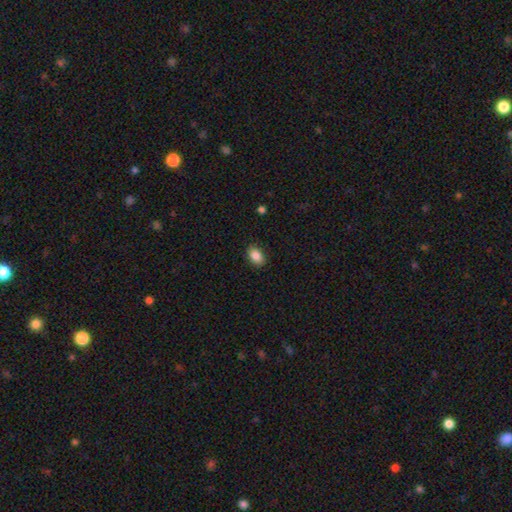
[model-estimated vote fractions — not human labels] Smooth or featured: smooth — 87% (star or artifact — 8%)
How rounded: in between — 88% (round — 10%)
Merging: none — 88% (minor disturbance — 9%)